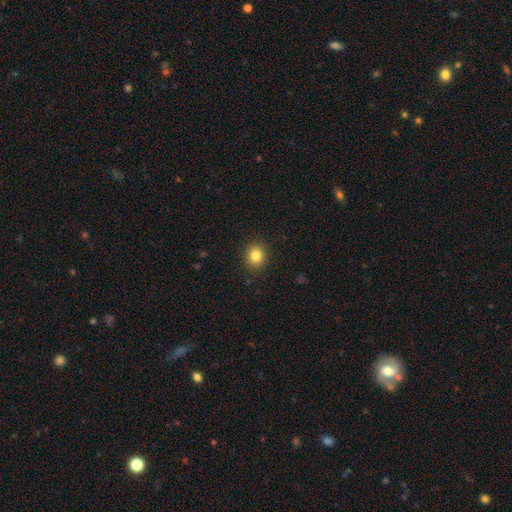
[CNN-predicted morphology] Smooth or featured? smooth (83%)
How rounded? round (70%)
Merging? none (90%)